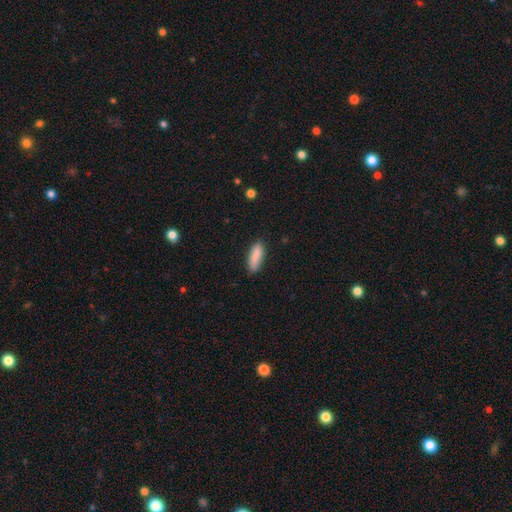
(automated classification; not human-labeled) A smooth galaxy with no disk features (88%) that is in between round and cigar-shaped (53%).

Vote fractions:
- Smooth or featured? smooth: 88% / star or artifact: 6% / featured or disk: 6%
- How rounded? in between: 53% / cigar-shaped: 45% / round: 2%
- Merging? none: 81% / minor disturbance: 15% / major disturbance: 3% / merger: 1%